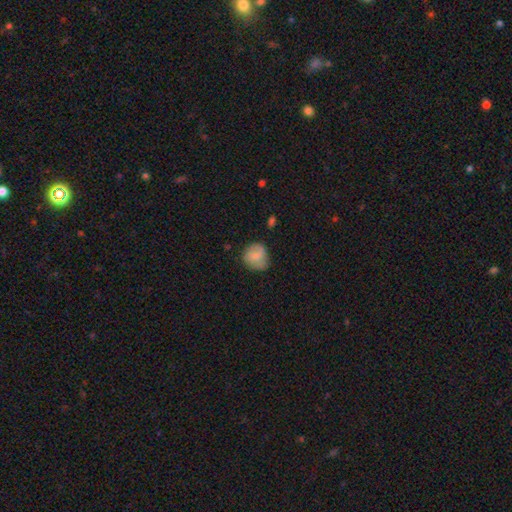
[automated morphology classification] A smooth galaxy with no disk features (70%) that is round (77%). Merging: none (60%).